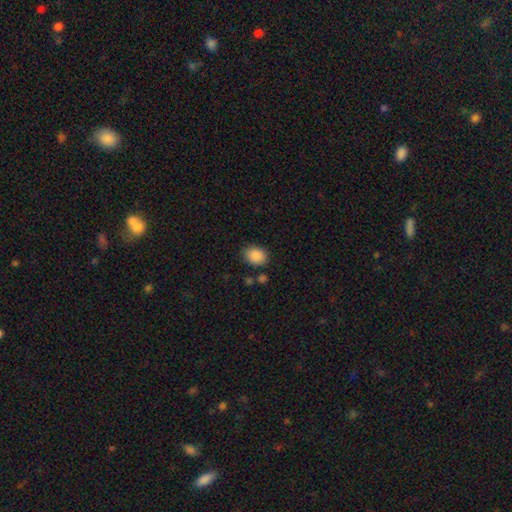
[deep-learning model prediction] This is clearly a smooth galaxy (88%). How rounded: possibly in between (60%). Merging: clearly none (81%).